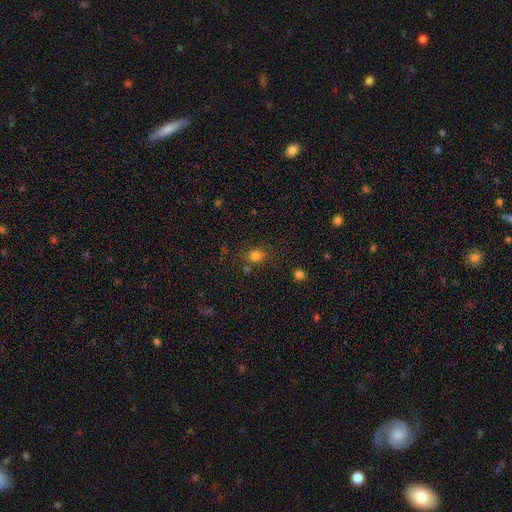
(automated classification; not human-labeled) Overall: smooth (78%). How rounded: round (66%; in between 33%). Merging: none (73%).